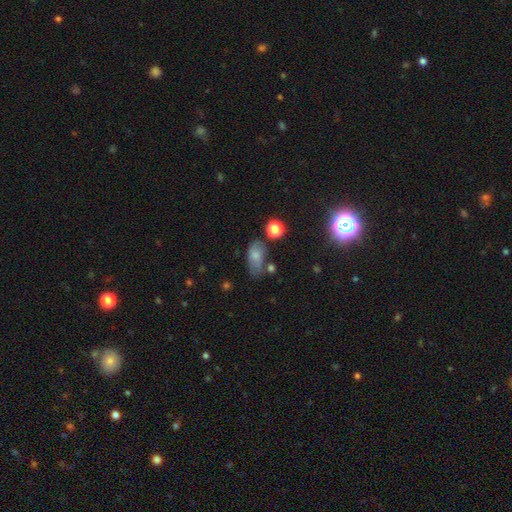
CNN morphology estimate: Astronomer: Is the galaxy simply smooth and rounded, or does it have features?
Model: smooth — 73%.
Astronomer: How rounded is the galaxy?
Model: in between — 88%.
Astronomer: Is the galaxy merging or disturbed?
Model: none — 52% (runner-up: minor disturbance, 27%).